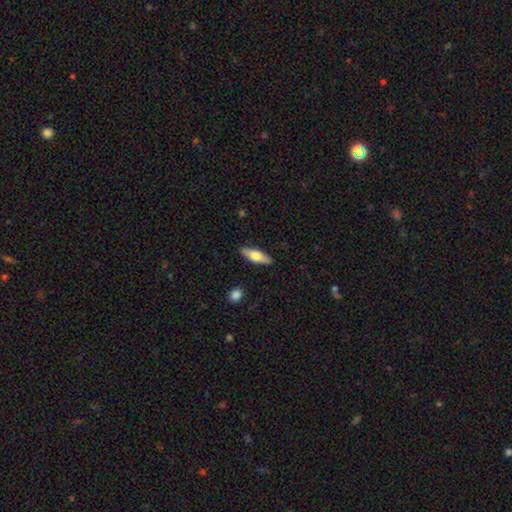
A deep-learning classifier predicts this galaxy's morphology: type=smooth (59%); roundness=in between (54%); merging=none (89%).